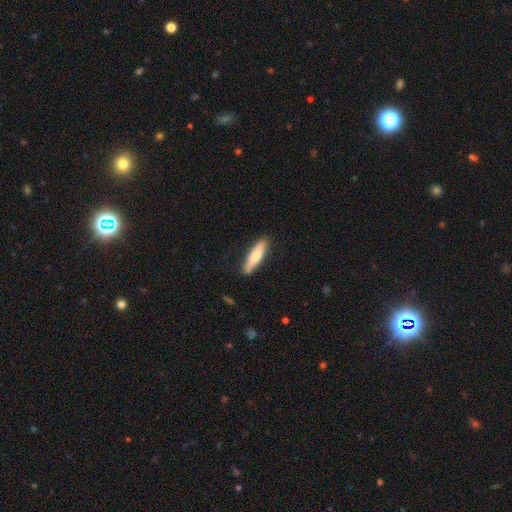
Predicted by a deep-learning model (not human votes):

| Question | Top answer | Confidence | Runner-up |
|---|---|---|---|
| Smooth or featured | smooth | 74% | featured or disk (20%) |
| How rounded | cigar-shaped | 74% | in between (25%) |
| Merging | none | 85% | minor disturbance (11%) |